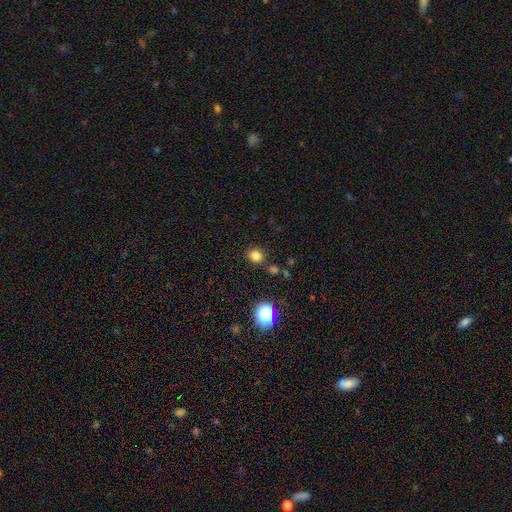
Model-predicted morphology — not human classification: type=smooth (80%); roundness=round (76%); merging=none (83%).